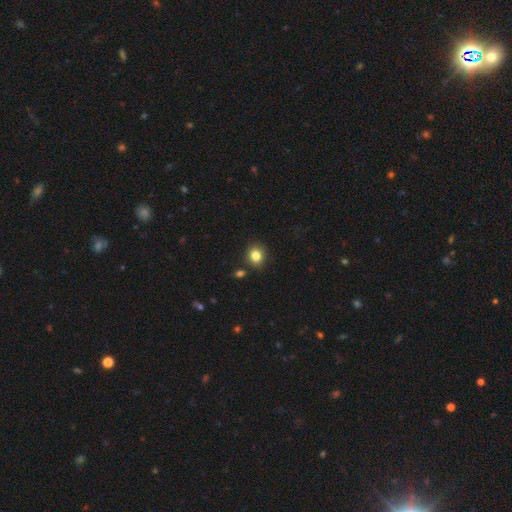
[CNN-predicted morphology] A smooth galaxy with no disk features (82%) that is round (68%). Merging: none (84%).